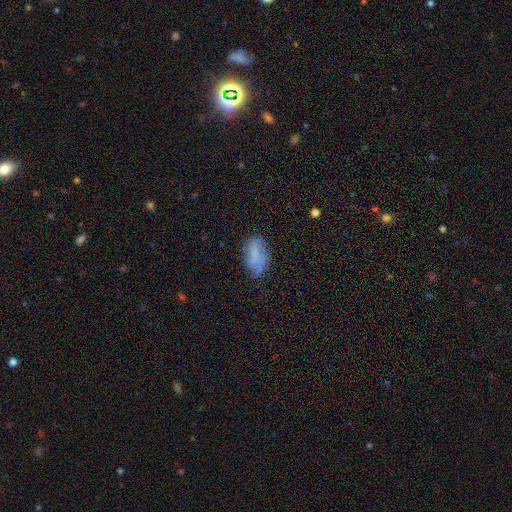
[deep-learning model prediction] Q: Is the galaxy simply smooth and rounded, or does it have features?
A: smooth — 46%.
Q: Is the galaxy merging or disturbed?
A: none — 55%.